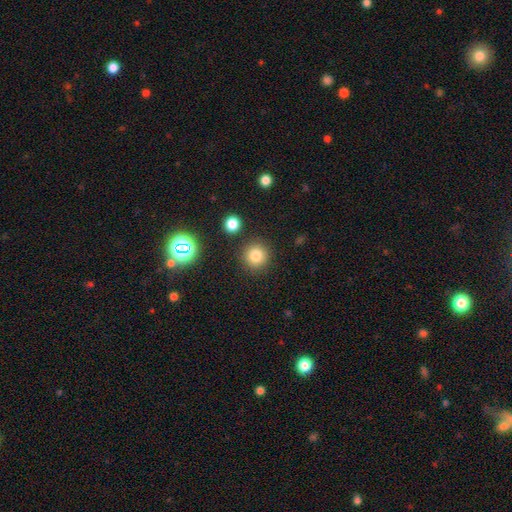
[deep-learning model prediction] smooth 79%, star or artifact 14%, featured or disk 7%. Down the decision tree: how rounded — round (94%); merging — none (88%).